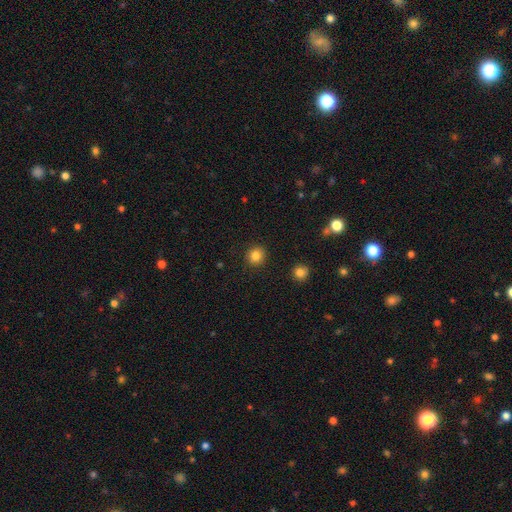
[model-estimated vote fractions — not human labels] Q: Smooth or featured?
A: smooth (83%); runner-up: star or artifact (11%)
Q: How rounded?
A: round (91%); runner-up: in between (9%)
Q: Merging?
A: none (92%); runner-up: minor disturbance (5%)